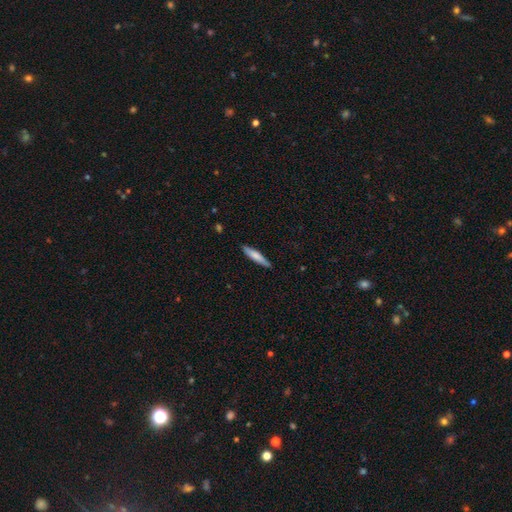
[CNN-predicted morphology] Q: Smooth or featured?
A: smooth (73%); runner-up: featured or disk (22%)
Q: How rounded?
A: cigar-shaped (86%); runner-up: in between (12%)
Q: Merging?
A: none (86%); runner-up: minor disturbance (11%)